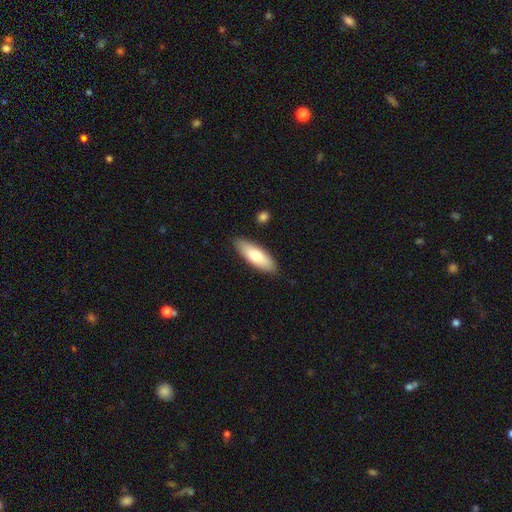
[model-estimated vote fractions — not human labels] Morphology: type=smooth (73%); roundness=in between (63%); merging=none (87%).